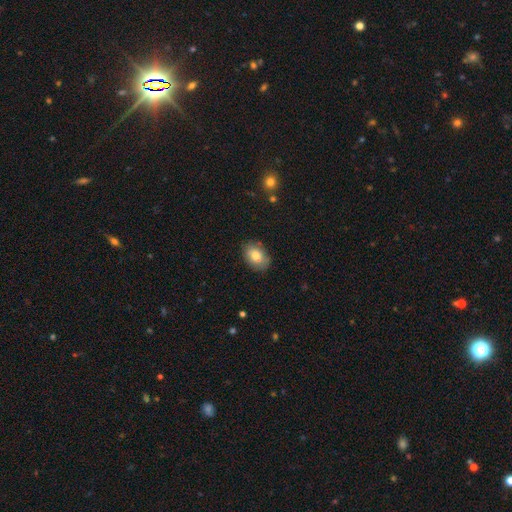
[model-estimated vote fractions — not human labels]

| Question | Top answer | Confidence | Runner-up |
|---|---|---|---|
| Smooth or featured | smooth | 80% | featured or disk (13%) |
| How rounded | in between | 85% | round (14%) |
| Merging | none | 82% | minor disturbance (14%) |